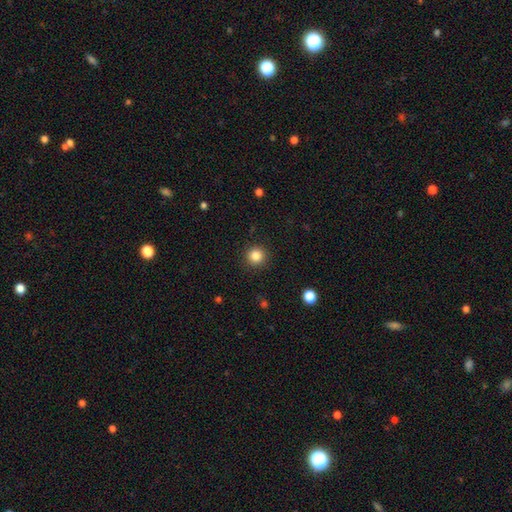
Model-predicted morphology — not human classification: Overall: smooth (84%). How rounded: round (95%). Merging: none (91%).